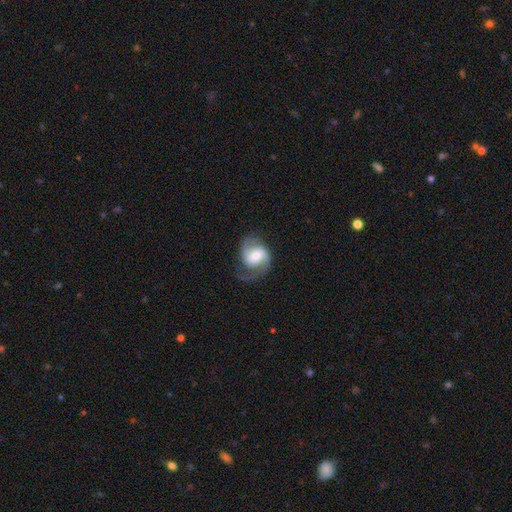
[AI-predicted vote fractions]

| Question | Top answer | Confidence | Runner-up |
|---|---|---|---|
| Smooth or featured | featured or disk | 78% | smooth (16%) |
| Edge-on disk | no | 98% | yes (2%) |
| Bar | weak | 43% | no (38%) |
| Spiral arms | yes | 94% | no (6%) |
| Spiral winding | medium | 51% | loose (29%) |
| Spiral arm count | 2 | 84% | can't tell (6%) |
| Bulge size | moderate | 51% | small (35%) |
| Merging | none | 66% | minor disturbance (19%) |